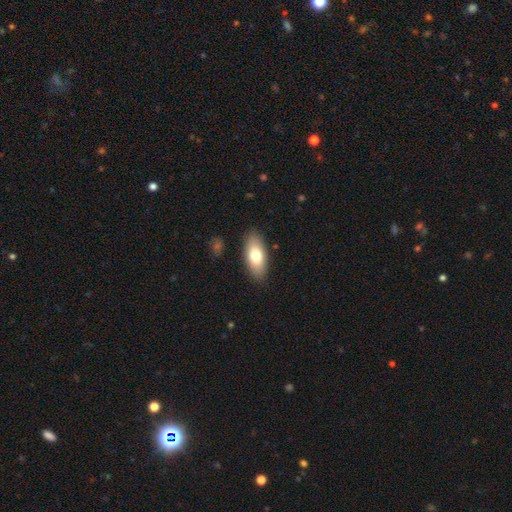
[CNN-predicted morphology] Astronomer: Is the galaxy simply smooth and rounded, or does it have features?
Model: smooth — 73%.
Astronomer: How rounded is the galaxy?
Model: in between — 86%.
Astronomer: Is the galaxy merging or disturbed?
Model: none — 87%.